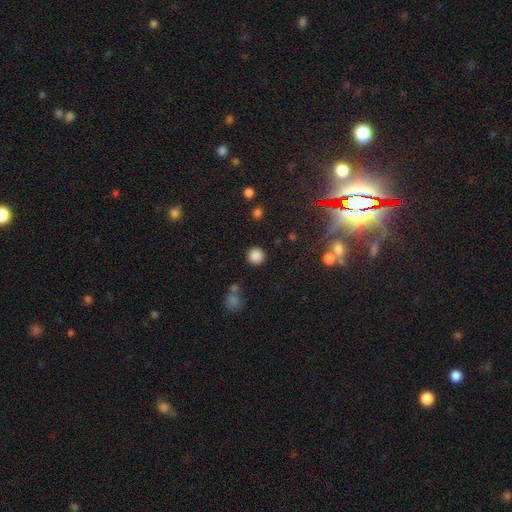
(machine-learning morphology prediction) Smooth or featured? Predicted: smooth (p=0.84). How rounded? Predicted: round (p=0.94). Merging? Predicted: none (p=0.87).